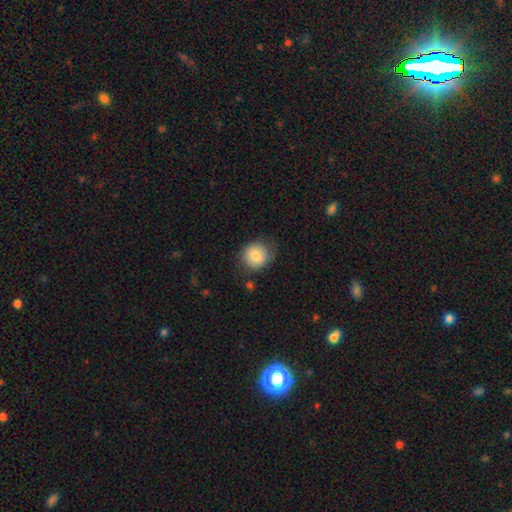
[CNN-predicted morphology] The model was most divided on "merging": none: 78%, minor disturbance: 16%, major disturbance: 4%, merger: 2%. More confident: how rounded — round (85%); smooth or featured — smooth (84%).